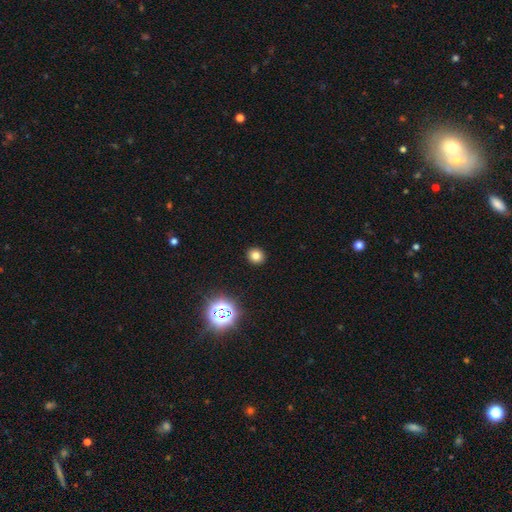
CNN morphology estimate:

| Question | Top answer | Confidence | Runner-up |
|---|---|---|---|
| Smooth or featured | smooth | 77% | star or artifact (16%) |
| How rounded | round | 78% | in between (21%) |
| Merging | none | 92% | minor disturbance (5%) |